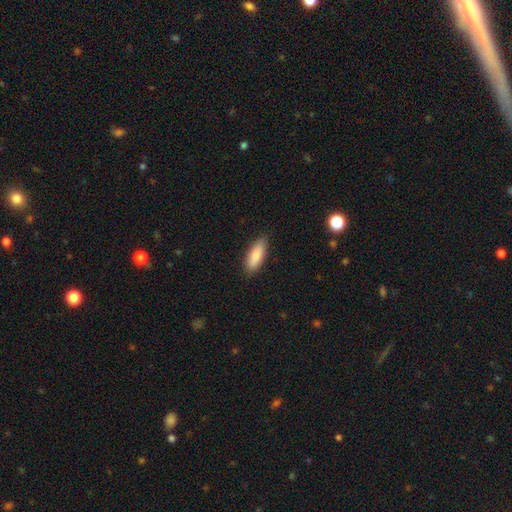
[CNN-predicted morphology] Smooth or featured? Predicted: smooth (p=0.88). How rounded? Predicted: in between (p=0.68). Merging? Predicted: none (p=0.85).